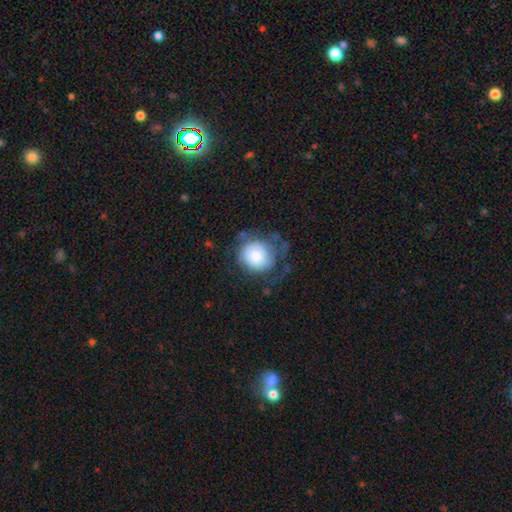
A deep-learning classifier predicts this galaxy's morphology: smooth 61%, featured or disk 31%, star or artifact 8%. Down the decision tree: how rounded — round (86%); merging — none (49%).